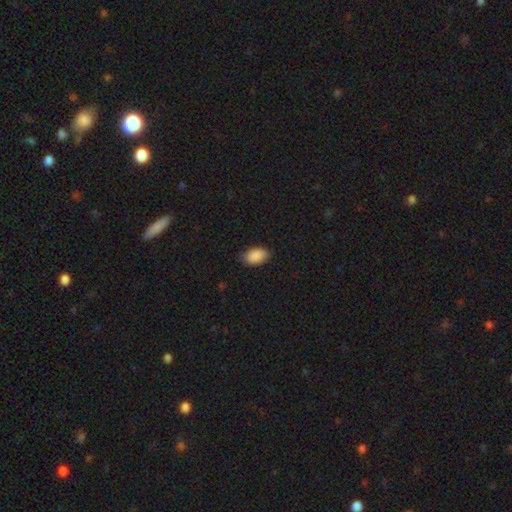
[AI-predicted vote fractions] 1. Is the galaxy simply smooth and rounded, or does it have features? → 90% smooth, 7% star or artifact, 3% featured or disk.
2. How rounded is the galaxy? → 93% in between, 5% round, 2% cigar-shaped.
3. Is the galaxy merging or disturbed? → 85% none, 11% minor disturbance, 2% major disturbance, 1% merger.